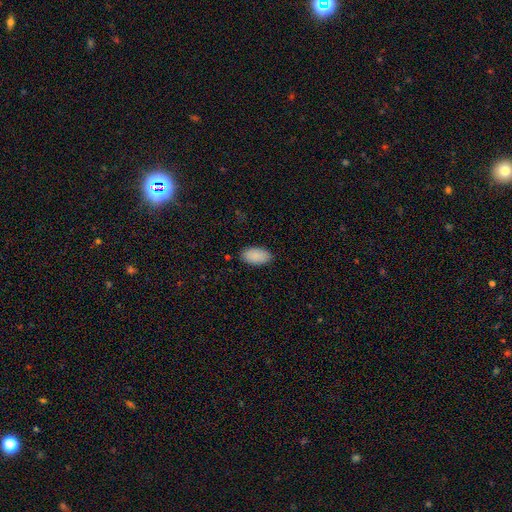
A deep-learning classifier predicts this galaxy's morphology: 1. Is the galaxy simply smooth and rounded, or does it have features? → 89% smooth, 7% star or artifact, 4% featured or disk.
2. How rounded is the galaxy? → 95% in between, 3% round, 2% cigar-shaped.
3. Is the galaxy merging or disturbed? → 87% none, 10% minor disturbance, 2% major disturbance, 1% merger.